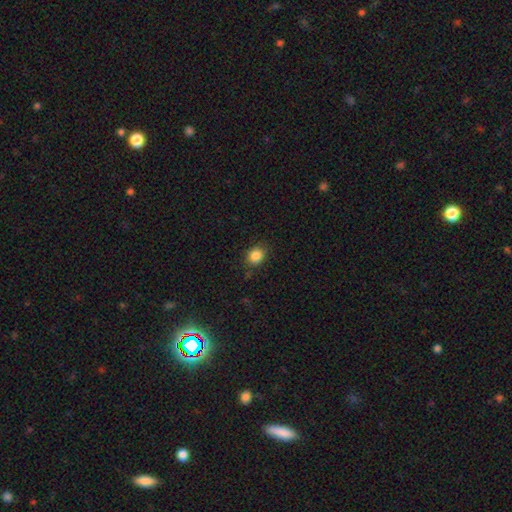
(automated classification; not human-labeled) Overall: smooth (85%). How rounded: round (65%; in between 34%). Merging: none (82%).